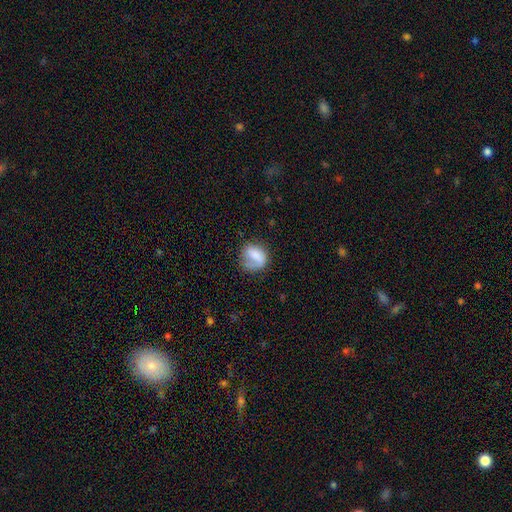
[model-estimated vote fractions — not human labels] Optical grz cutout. It shows a smooth galaxy with no disk features (70%) that is round (62%). Merging: none (48%).